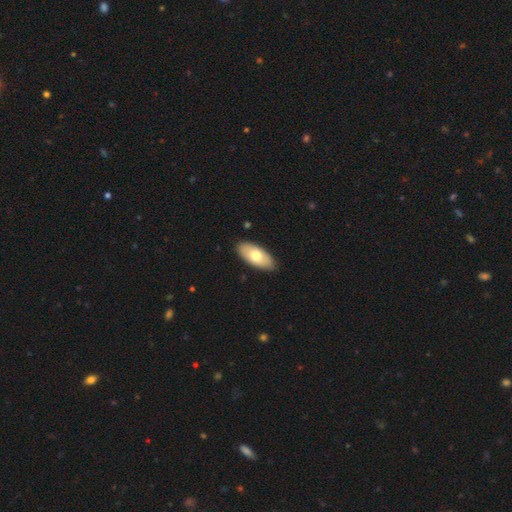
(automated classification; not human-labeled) This is likely a smooth galaxy (72%). How rounded: clearly in between (91%). Merging: clearly none (88%).